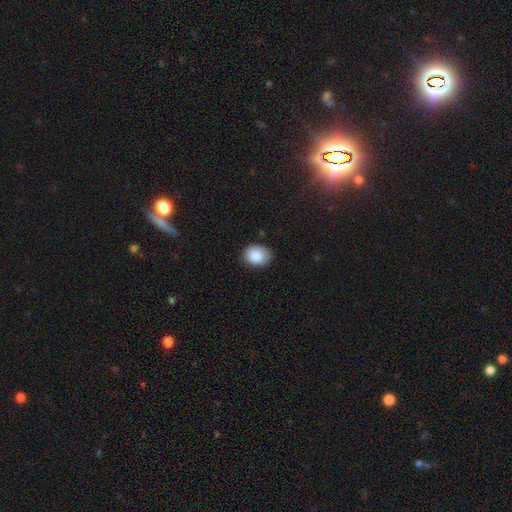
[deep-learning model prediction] Smooth or featured?
  - smooth: 88% *
  - star or artifact: 7%
  - featured or disk: 5%
How rounded?
  - in between: 56% *
  - round: 43%
  - cigar-shaped: 1%
Merging?
  - none: 76% *
  - minor disturbance: 19%
  - major disturbance: 3%
  - merger: 1%